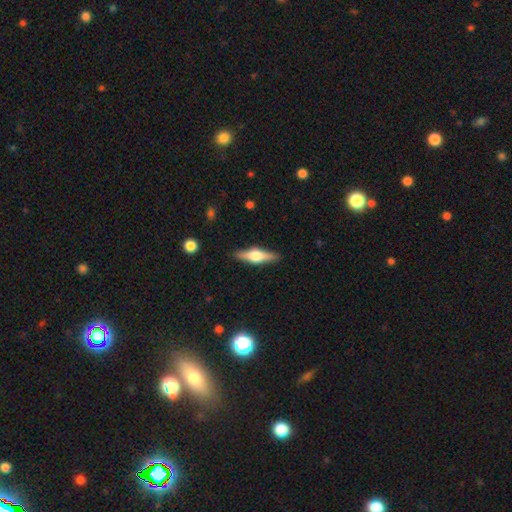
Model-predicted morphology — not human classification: Overall: featured or disk (65%; smooth 29%). Edge-on disk: yes (96%). Edge-on bulge: rounded (92%). Merging: none (89%).